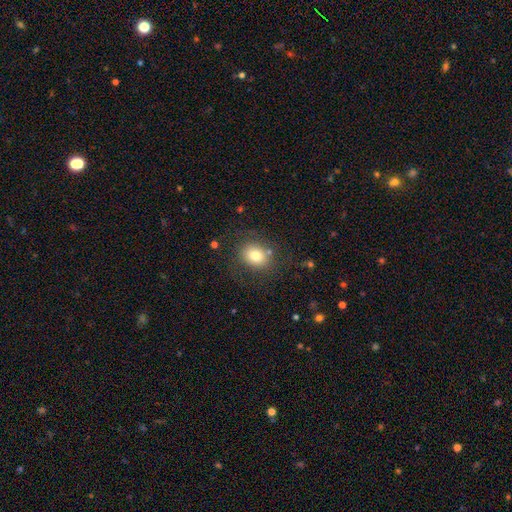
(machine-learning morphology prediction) type=smooth (77%); roundness=round (57%); merging=none (77%).